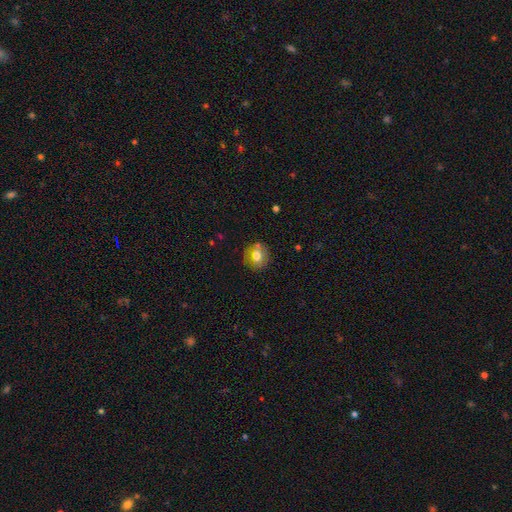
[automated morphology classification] The model was most divided on "how rounded": round: 69%, in between: 29%, cigar-shaped: 2%. More confident: merging — none (74%); smooth or featured — smooth (66%).